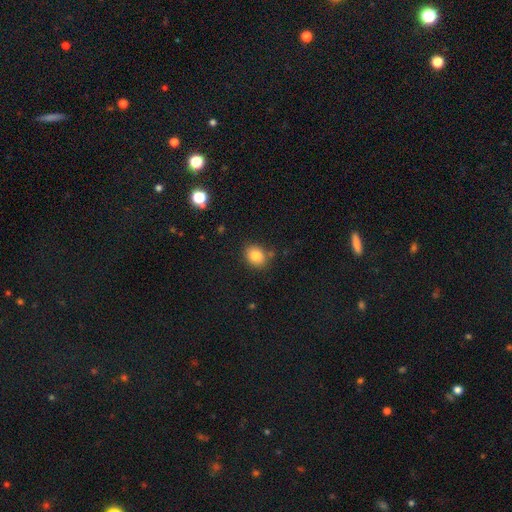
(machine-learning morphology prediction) Smooth or featured? Predicted: smooth (p=0.84). How rounded? Predicted: round (p=0.50). Merging? Predicted: none (p=0.78).